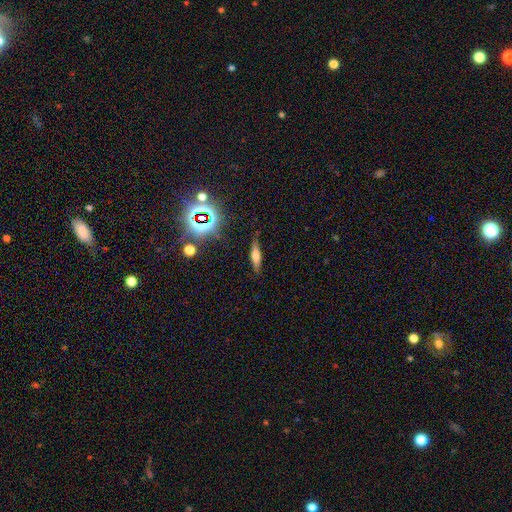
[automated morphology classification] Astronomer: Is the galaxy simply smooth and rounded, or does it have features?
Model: smooth — 53% (runner-up: featured or disk, 32%).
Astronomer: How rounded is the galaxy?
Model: cigar-shaped — 70%.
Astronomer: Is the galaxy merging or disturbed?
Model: none — 81%.